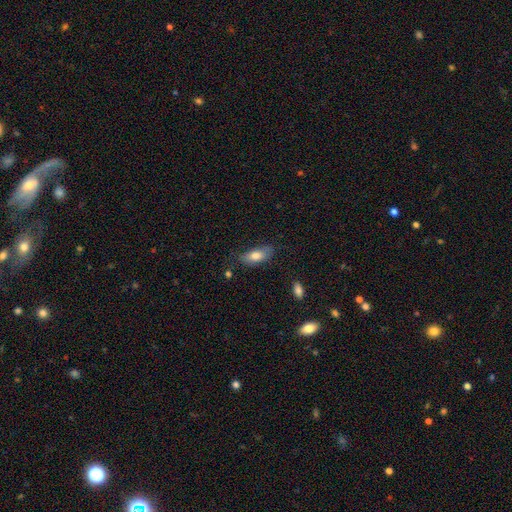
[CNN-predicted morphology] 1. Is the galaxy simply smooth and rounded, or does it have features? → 78% smooth, 15% featured or disk, 7% star or artifact.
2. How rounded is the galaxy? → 83% in between, 14% cigar-shaped, 3% round.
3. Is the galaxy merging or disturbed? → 69% none, 24% minor disturbance, 5% major disturbance, 2% merger.